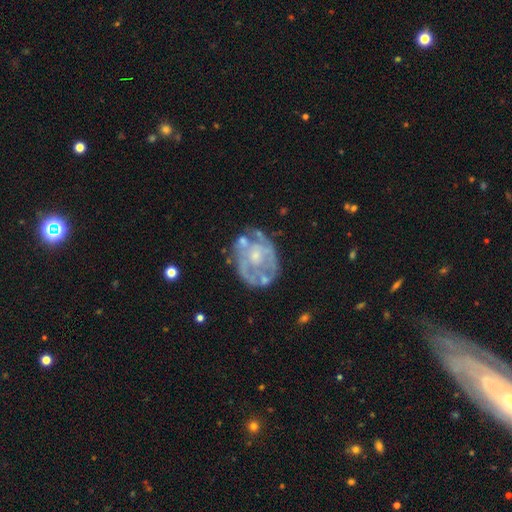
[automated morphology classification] smooth_or_featured: featured or disk (p=0.76) [alt: smooth p=0.17]
disk_edge_on: no (p=0.97) [alt: yes p=0.03]
bar: no (p=0.80) [alt: weak p=0.16]
has_spiral_arms: yes (p=0.50) [tied with: no p=0.50]
bulge_size: small (p=0.57) [alt: moderate p=0.32]
merging: none (p=0.54) [alt: minor disturbance p=0.24]